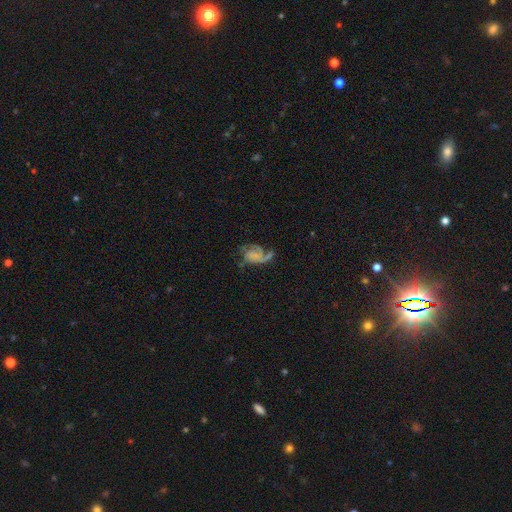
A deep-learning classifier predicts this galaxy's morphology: Smooth or featured: featured or disk — 63% (smooth — 25%)
Edge-on disk: no — 98% (yes — 2%)
Bar: no — 74% (weak — 21%)
Spiral arms: yes — 80% (no — 20%)
Bulge size: none — 56% (small — 27%)
Merging: major disturbance — 36% (none — 34%)